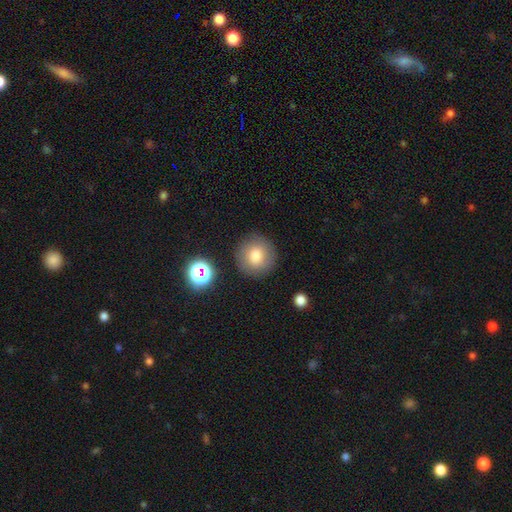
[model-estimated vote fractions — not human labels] This appears to be a smooth galaxy with no disk features (78%) that is round (93%). Merging: none (86%).